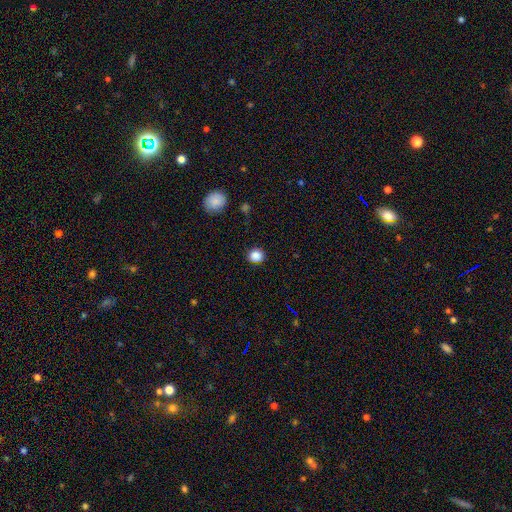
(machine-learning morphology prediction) Smooth or featured: smooth — 86% (star or artifact — 11%)
How rounded: round — 87% (in between — 12%)
Merging: none — 89% (minor disturbance — 8%)